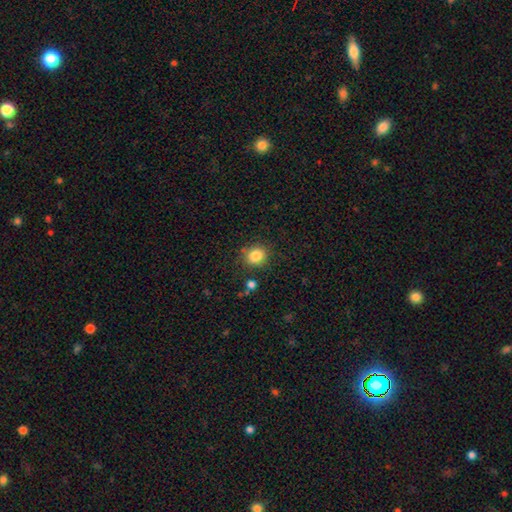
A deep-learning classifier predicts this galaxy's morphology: A smooth galaxy with no disk features (84%) that is round (78%). Merging: none (82%).